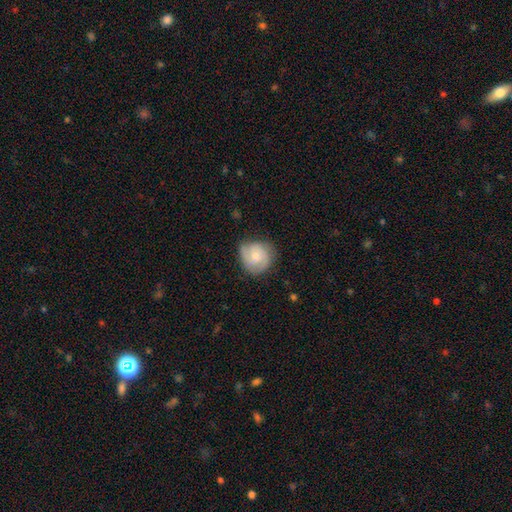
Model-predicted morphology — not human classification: smooth_or_featured: featured or disk (p=0.55) [alt: smooth p=0.38]
disk_edge_on: no (p=0.98) [alt: yes p=0.02]
bar: no (p=0.63) [alt: weak p=0.33]
has_spiral_arms: yes (p=0.90) [alt: no p=0.10]
bulge_size: moderate (p=0.50) [alt: small p=0.37]
merging: none (p=0.69) [alt: minor disturbance p=0.23]